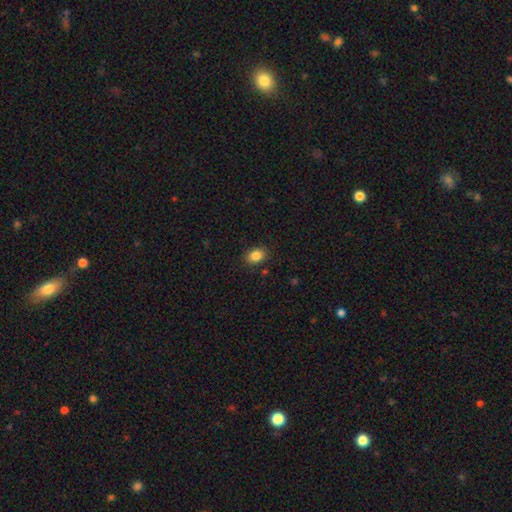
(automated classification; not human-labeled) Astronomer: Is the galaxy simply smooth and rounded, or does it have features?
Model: smooth — 86%.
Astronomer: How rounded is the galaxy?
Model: in between — 66%.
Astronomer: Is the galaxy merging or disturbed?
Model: none — 86%.